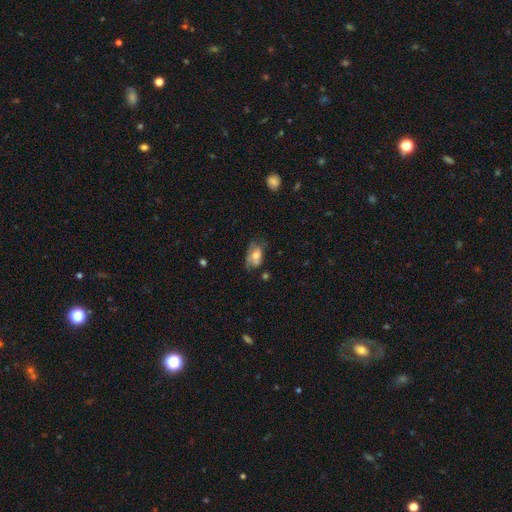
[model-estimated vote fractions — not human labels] This appears to be a smooth galaxy with no disk features (57%) that is in between round and cigar-shaped (87%). Merging: none (40%).